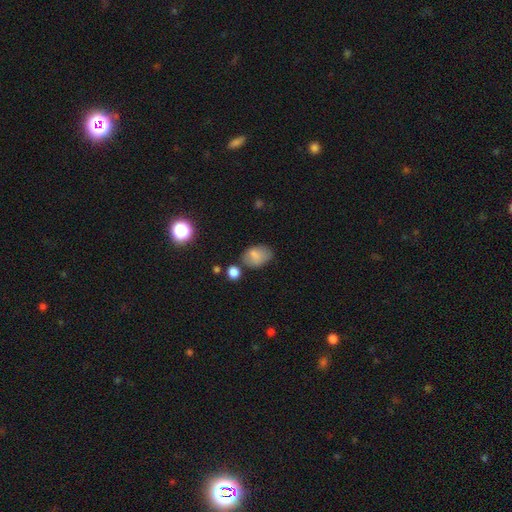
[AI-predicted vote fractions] Smooth or featured?
  - smooth: 78% *
  - featured or disk: 11%
  - star or artifact: 11%
How rounded?
  - in between: 83% *
  - round: 16%
  - cigar-shaped: 1%
Merging?
  - none: 58% *
  - minor disturbance: 26%
  - merger: 8%
  - major disturbance: 8%